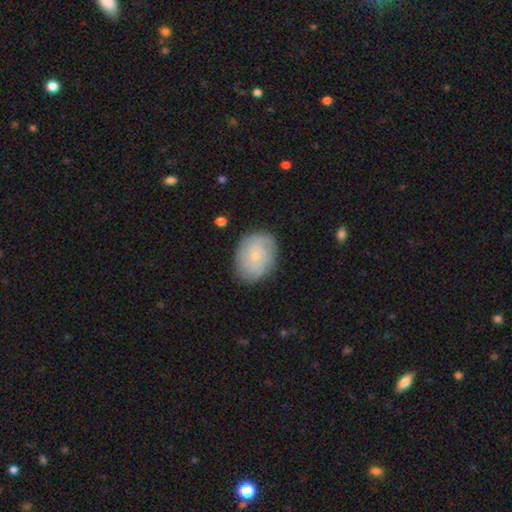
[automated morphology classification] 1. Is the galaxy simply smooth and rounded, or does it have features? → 51% featured or disk, 41% smooth, 7% star or artifact.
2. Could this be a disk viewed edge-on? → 97% no, 3% yes.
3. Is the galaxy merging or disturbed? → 78% none, 16% minor disturbance, 5% major disturbance, 1% merger.